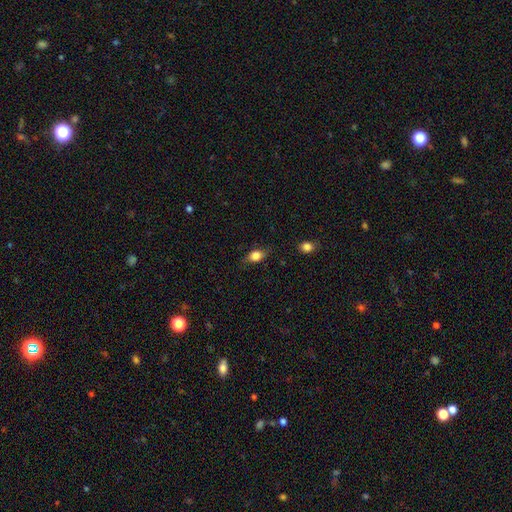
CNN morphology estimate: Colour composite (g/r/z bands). It shows a smooth galaxy with no disk features (78%) that is in between round and cigar-shaped (74%). Merging: none (76%).